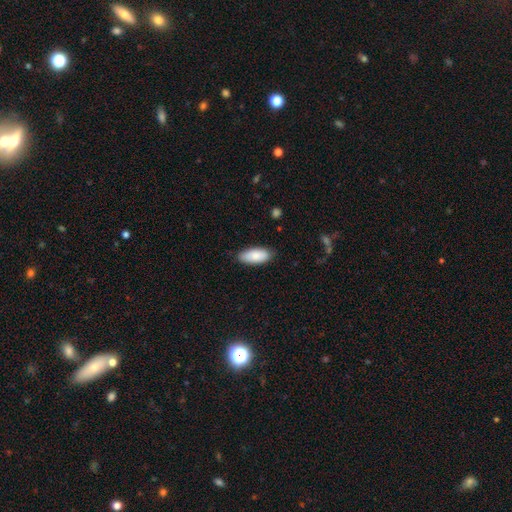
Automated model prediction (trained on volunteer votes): A smooth galaxy with no disk features (86%) that is in between round and cigar-shaped (86%). Merging: none (84%).